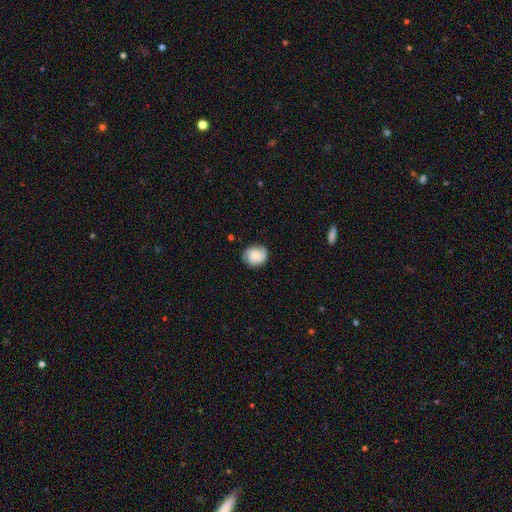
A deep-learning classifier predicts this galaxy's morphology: Smooth or featured?
  - featured or disk: 61% *
  - smooth: 31%
  - star or artifact: 8%
Edge-on disk?
  - no: 98% *
  - yes: 2%
Bar?
  - no: 62% *
  - weak: 32%
  - strong: 6%
Spiral arms?
  - yes: 95% *
  - no: 5%
Spiral winding?
  - medium: 43% *
  - tight: 40%
  - loose: 16%
Spiral arm count?
  - 2: 47% *
  - 3: 30%
  - can't tell: 12%
  - 1: 4%
  - 4: 4%
  - more than 4: 3%
Bulge size?
  - small: 34% * (tied)
  - moderate: 34% * (tied)
  - none: 16%
  - large: 13%
  - dominant: 3%
Merging?
  - none: 80% *
  - minor disturbance: 15%
  - major disturbance: 4%
  - merger: 1%